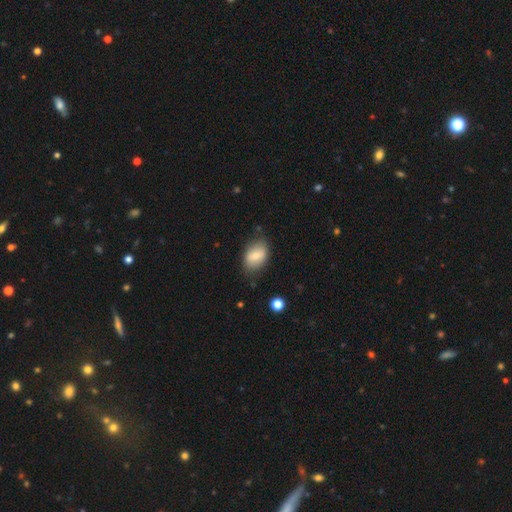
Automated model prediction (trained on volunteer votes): Overall: smooth (74%). How rounded: in between (85%). Merging: none (76%).